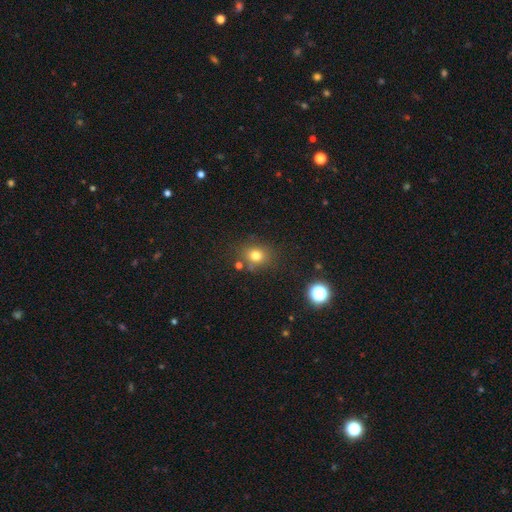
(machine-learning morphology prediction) type=smooth (76%); roundness=round (71%); merging=none (75%).